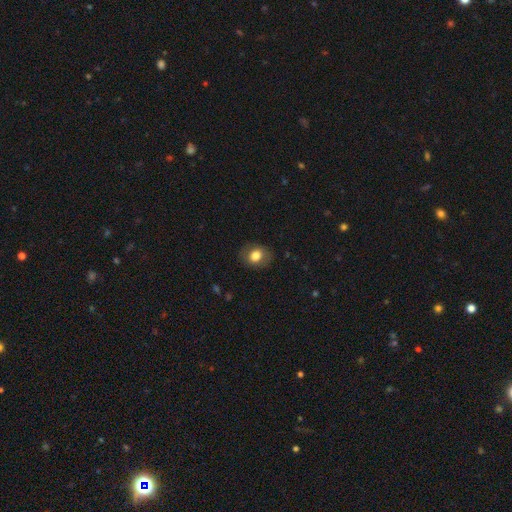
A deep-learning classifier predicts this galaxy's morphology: Q: Smooth or featured?
A: smooth (78%); runner-up: featured or disk (14%)
Q: How rounded?
A: round (52%); runner-up: in between (47%)
Q: Merging?
A: none (83%); runner-up: minor disturbance (12%)